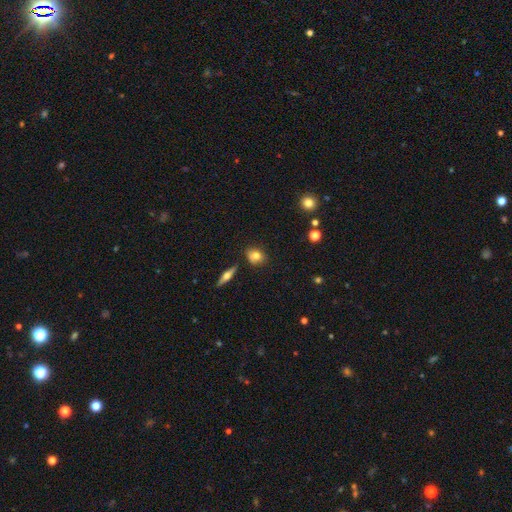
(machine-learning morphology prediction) Overall: smooth (75%). How rounded: round (51%; in between 46%). Merging: none (76%).